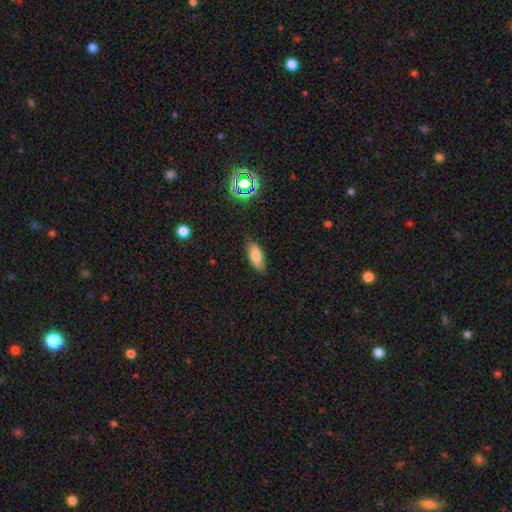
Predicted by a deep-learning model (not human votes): Smooth or featured? smooth (71%)
How rounded? in between (78%)
Merging? none (80%)